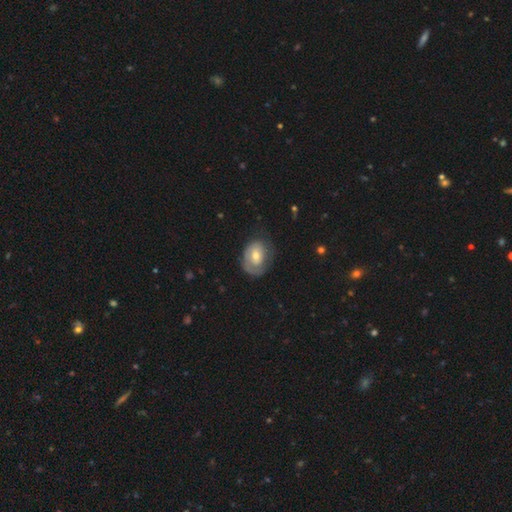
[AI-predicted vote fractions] This is possibly a featured or disk galaxy (54%). It is clearly not viewed edge-on (95%). Bar: likely no (68%). Spiral arm pattern: likely yes (64%). Central bulge: possibly moderate (59%). Merging: possibly none (57%).